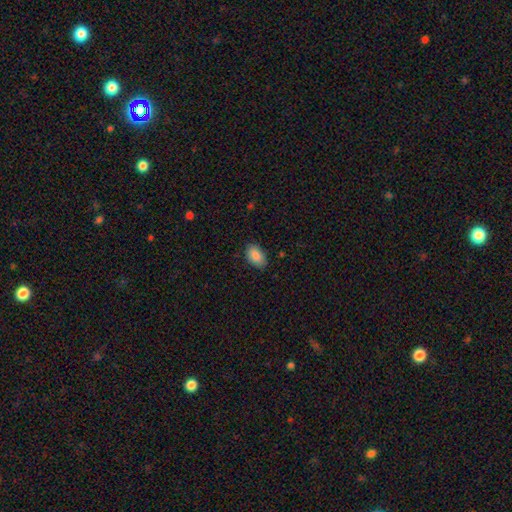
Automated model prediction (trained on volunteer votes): Smooth or featured: smooth — 87% (star or artifact — 7%)
How rounded: in between — 91% (round — 7%)
Merging: none — 84% (minor disturbance — 13%)